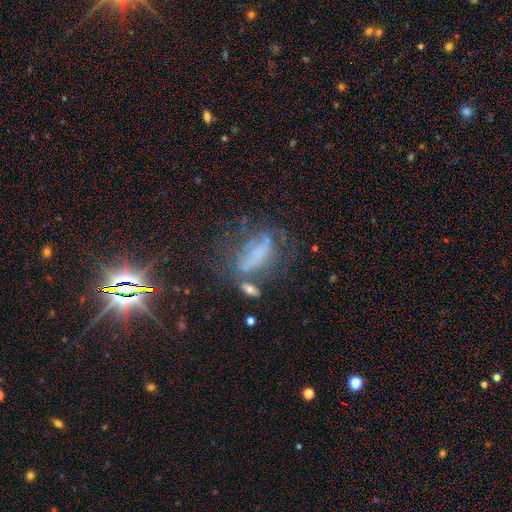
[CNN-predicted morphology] Smooth or featured? Predicted: featured or disk (p=0.41). Merging? Predicted: none (p=0.36).